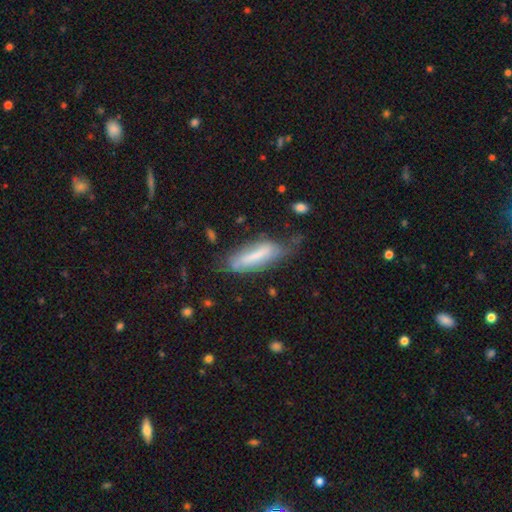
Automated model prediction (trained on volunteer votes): Smooth or featured? Predicted: smooth (p=0.52). How rounded? Predicted: cigar-shaped (p=0.53). Merging? Predicted: none (p=0.45).